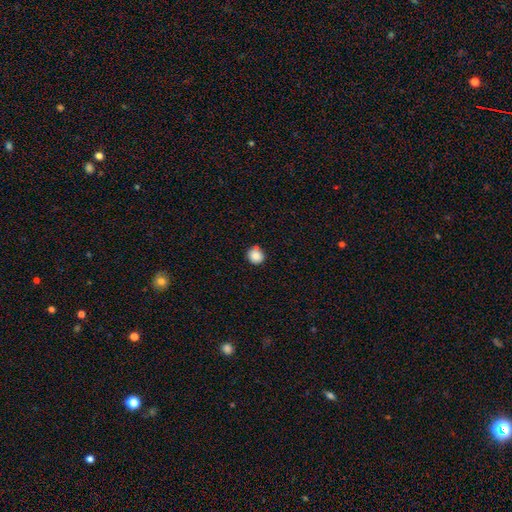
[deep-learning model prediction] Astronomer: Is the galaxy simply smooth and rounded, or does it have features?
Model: smooth — 85%.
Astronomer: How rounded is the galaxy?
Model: round — 89%.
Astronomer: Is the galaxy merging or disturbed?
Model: none — 74%.